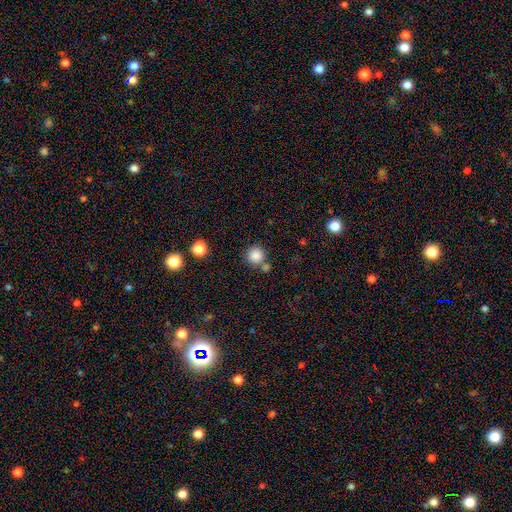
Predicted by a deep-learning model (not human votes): Morphology: type=smooth (85%); roundness=round (93%); merging=none (72%).